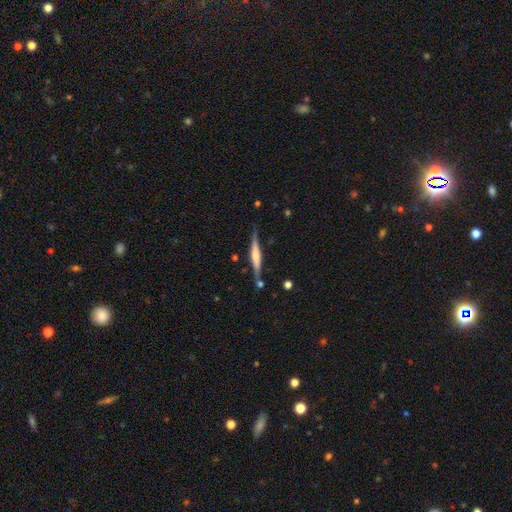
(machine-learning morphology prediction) featured or disk 62%, smooth 32%, star or artifact 6%. Down the decision tree: edge-on disk — yes (97%); edge-on bulge — rounded (56%); merging — none (79%).